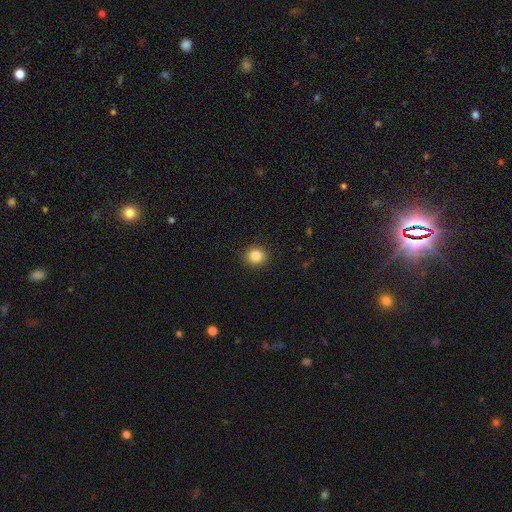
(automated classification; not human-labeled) Smooth or featured: smooth — 86% (star or artifact — 10%)
How rounded: round — 88% (in between — 11%)
Merging: none — 92% (minor disturbance — 5%)